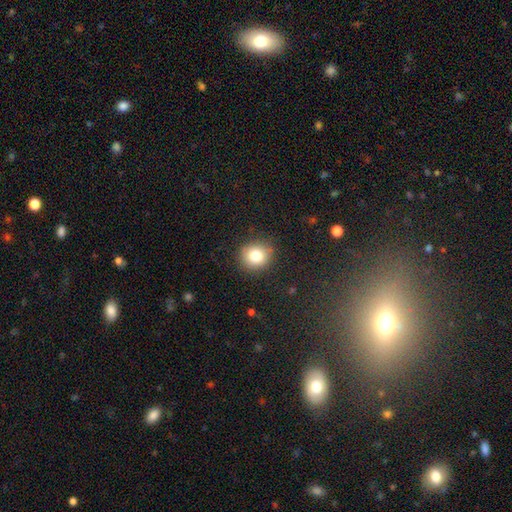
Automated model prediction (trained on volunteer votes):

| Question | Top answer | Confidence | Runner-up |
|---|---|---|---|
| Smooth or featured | smooth | 80% | star or artifact (11%) |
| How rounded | round | 83% | in between (16%) |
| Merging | none | 86% | minor disturbance (10%) |